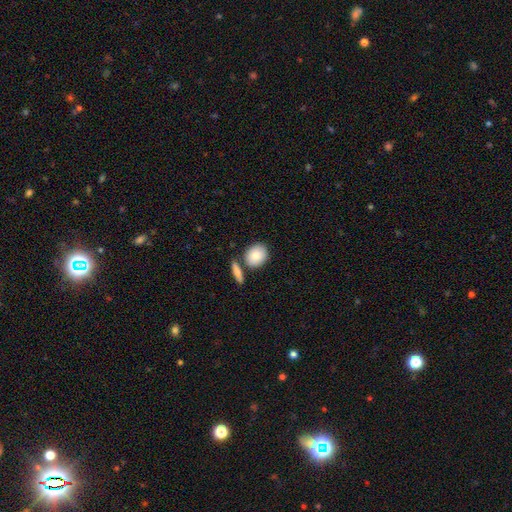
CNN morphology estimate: Smooth or featured: smooth — 85% (featured or disk — 9%)
How rounded: round — 53% (in between — 45%)
Merging: none — 69% (merger — 17%)